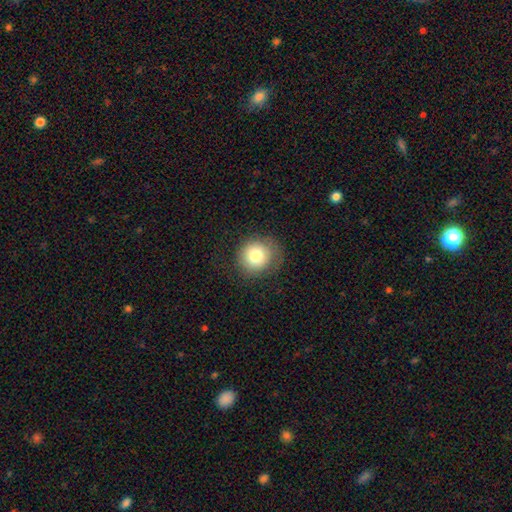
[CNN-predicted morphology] Q: Smooth or featured?
A: smooth (79%); runner-up: featured or disk (11%)
Q: How rounded?
A: round (89%); runner-up: in between (10%)
Q: Merging?
A: none (78%); runner-up: minor disturbance (15%)